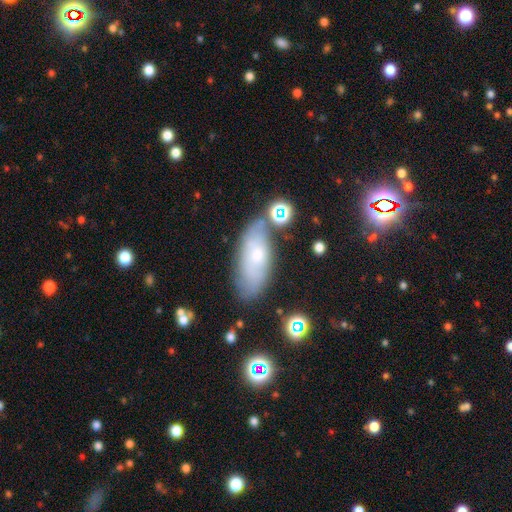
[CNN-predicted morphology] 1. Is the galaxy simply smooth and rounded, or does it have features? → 55% smooth, 35% featured or disk, 10% star or artifact.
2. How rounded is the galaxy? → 79% in between, 17% cigar-shaped, 3% round.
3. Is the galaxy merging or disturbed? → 67% none, 19% minor disturbance, 8% merger, 6% major disturbance.